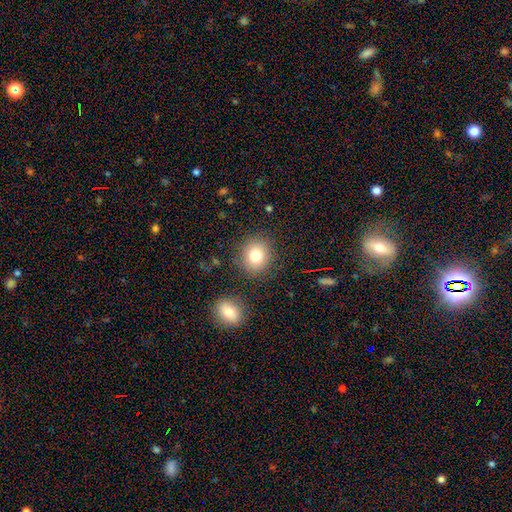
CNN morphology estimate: This is likely a smooth galaxy (79%). How rounded: likely round (79%). Merging: clearly none (85%).